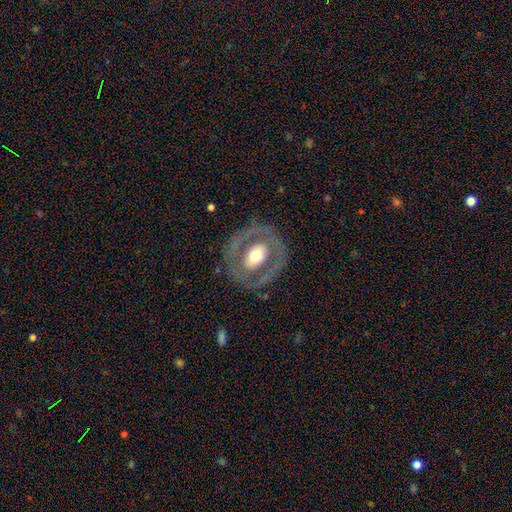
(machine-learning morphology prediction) featured or disk 61%, smooth 33%, star or artifact 6%. Down the decision tree: edge-on disk — no (93%); bar — no (60%); spiral arms — no (81%); bulge size — moderate (60%); merging — none (78%).